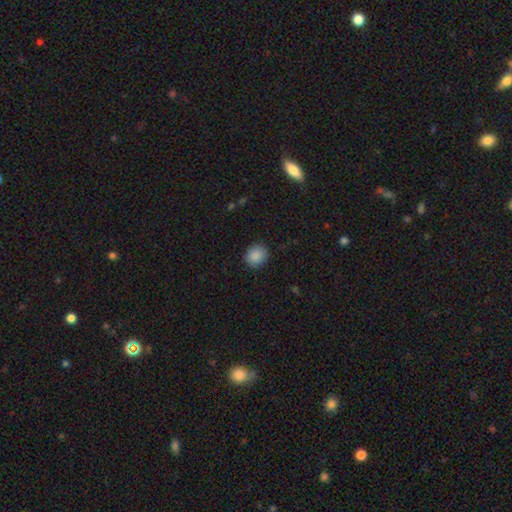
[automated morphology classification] smooth_or_featured: smooth (p=0.88) [alt: star or artifact p=0.09]
how_rounded: round (p=0.73) [alt: in between p=0.26]
merging: none (p=0.89) [alt: minor disturbance p=0.08]